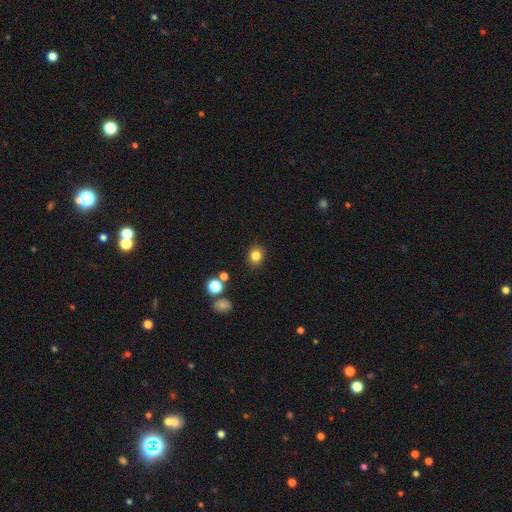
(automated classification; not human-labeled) This is clearly a smooth galaxy (82%). How rounded: likely round (71%). Merging: clearly none (88%).